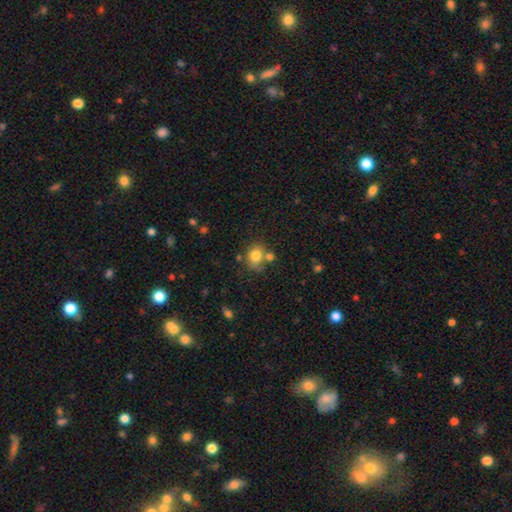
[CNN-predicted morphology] This is likely a smooth galaxy (79%). How rounded: likely round (62%). Merging: likely none (60%).